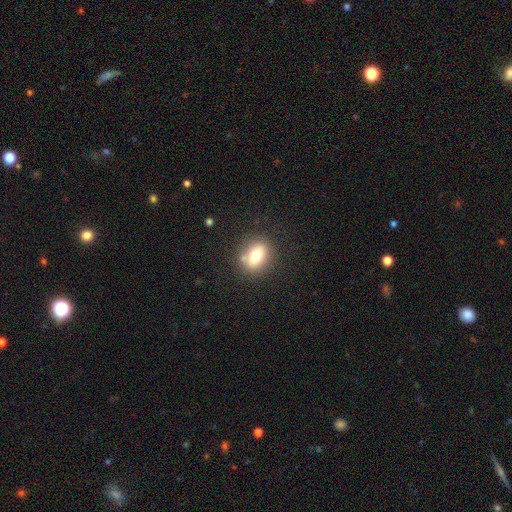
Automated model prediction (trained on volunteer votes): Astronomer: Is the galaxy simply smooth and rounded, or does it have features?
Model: smooth — 70%.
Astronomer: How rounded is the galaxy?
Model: in between — 50% (runner-up: round, 47%).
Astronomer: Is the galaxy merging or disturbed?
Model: none — 78%.